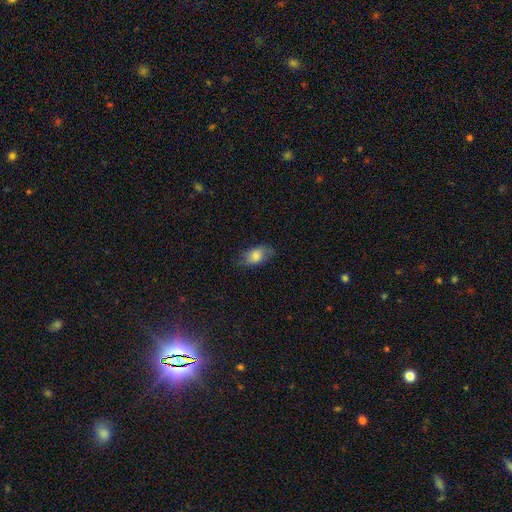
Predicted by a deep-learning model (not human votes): A smooth galaxy with no disk features (79%) that is in between round and cigar-shaped (88%). Merging: none (72%).